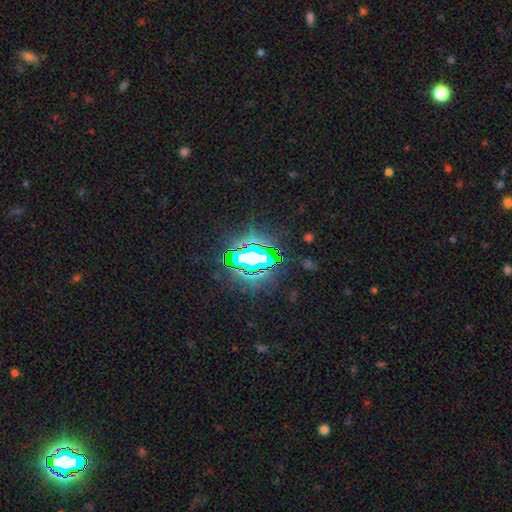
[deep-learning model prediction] The model was most divided on "smooth or featured": star or artifact: 81%, smooth: 11%, featured or disk: 9%.